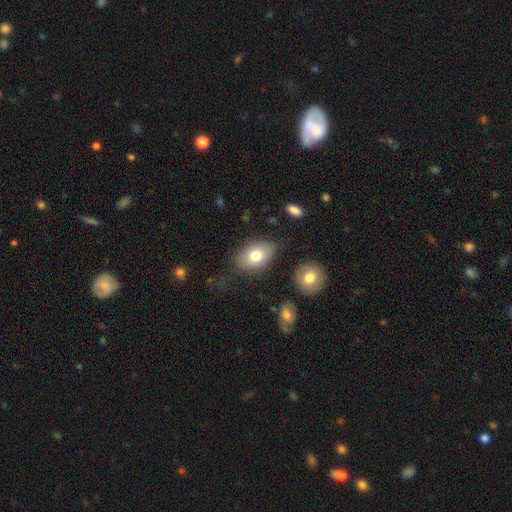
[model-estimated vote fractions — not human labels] A smooth galaxy with no disk features (76%) that is in between round and cigar-shaped (83%). Merging: none (74%).